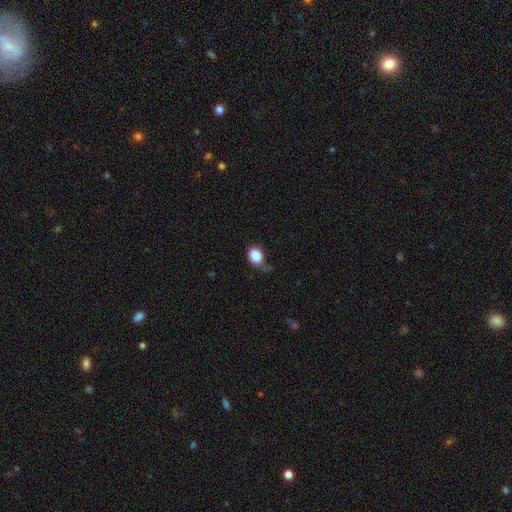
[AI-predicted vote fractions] Morphology: type=smooth (87%); roundness=round (51%); merging=none (52%).